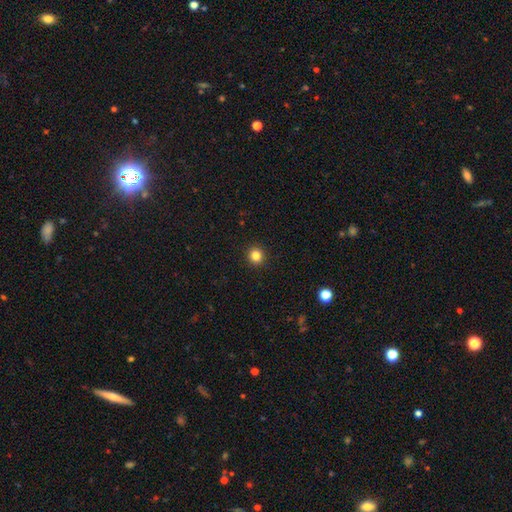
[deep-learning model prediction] Smooth or featured: smooth — 83% (star or artifact — 13%)
How rounded: round — 92% (in between — 7%)
Merging: none — 93% (minor disturbance — 4%)